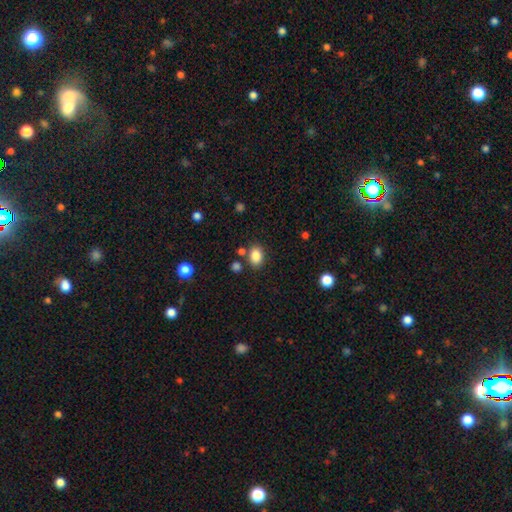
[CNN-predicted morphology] This is clearly a smooth galaxy (85%). How rounded: likely in between (73%). Merging: likely none (77%).